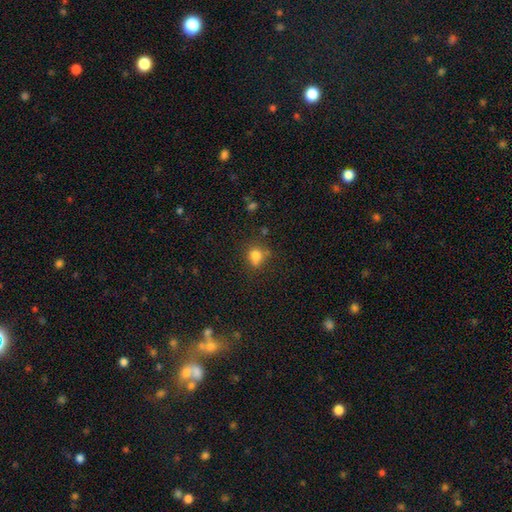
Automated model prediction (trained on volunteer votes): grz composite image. It shows a smooth galaxy with no disk features (79%) that is round (66%). Merging: none (57%).